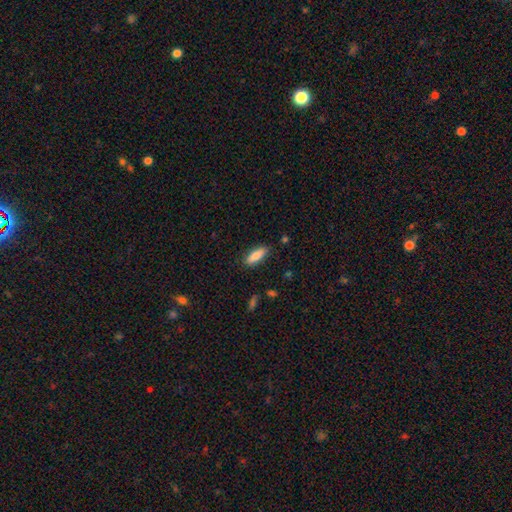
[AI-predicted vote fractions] Smooth or featured? Predicted: smooth (p=0.79). How rounded? Predicted: in between (p=0.65). Merging? Predicted: none (p=0.85).